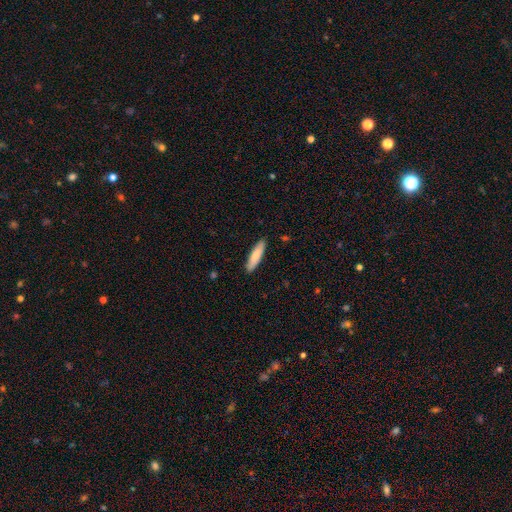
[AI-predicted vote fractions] The model was most divided on "how rounded": cigar-shaped: 75%, in between: 24%, round: 1%. More confident: merging — none (90%); smooth or featured — smooth (79%).